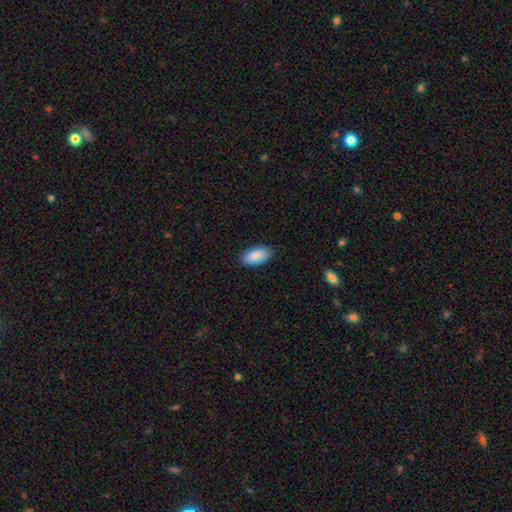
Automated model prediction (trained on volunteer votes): smooth 89%, star or artifact 6%, featured or disk 5%. Down the decision tree: how rounded — in between (94%); merging — none (86%).